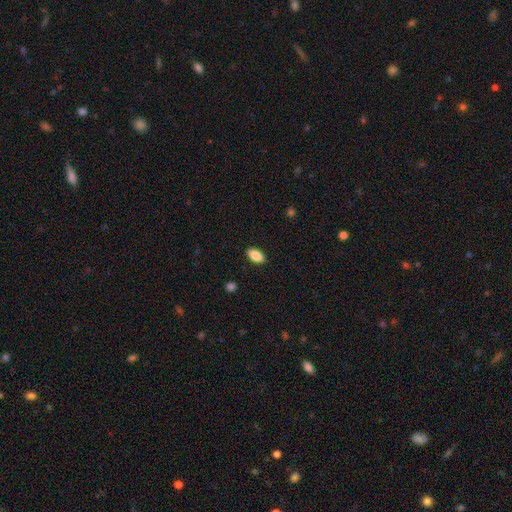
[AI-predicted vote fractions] This is clearly a smooth galaxy (87%). How rounded: clearly in between (90%). Merging: clearly none (89%).